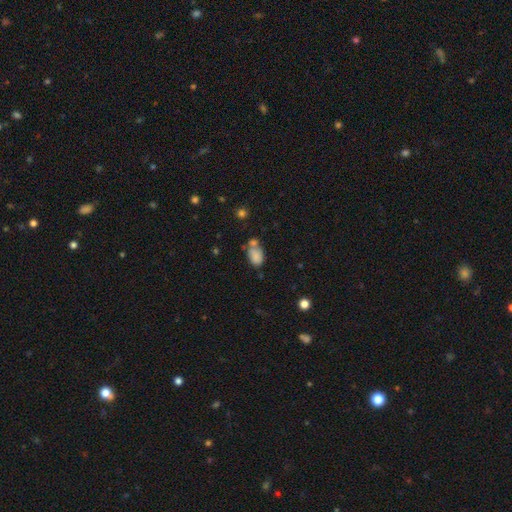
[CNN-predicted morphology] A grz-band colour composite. It shows a smooth galaxy with no disk features (80%) that is in between round and cigar-shaped (84%). Merging: none (42%).